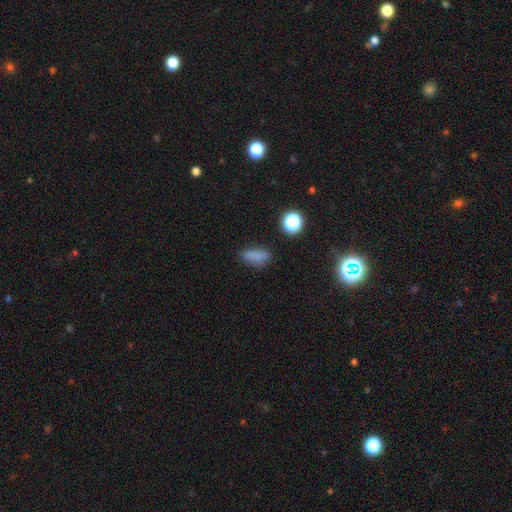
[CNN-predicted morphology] Smooth or featured? Predicted: smooth (p=0.77). How rounded? Predicted: in between (p=0.80). Merging? Predicted: none (p=0.71).